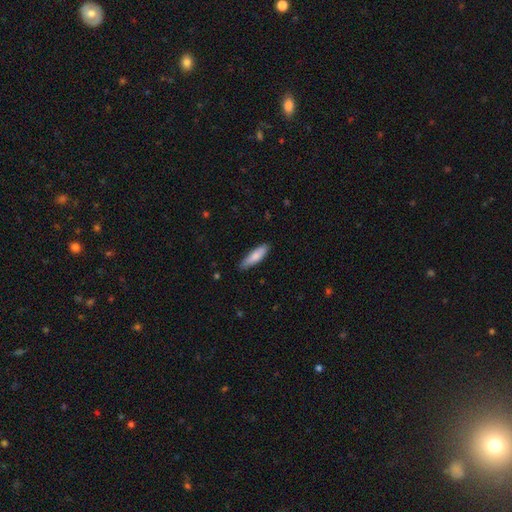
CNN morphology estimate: The model was most divided on "how rounded": cigar-shaped: 66%, in between: 33%, round: 1%. More confident: merging — none (85%); smooth or featured — smooth (81%).